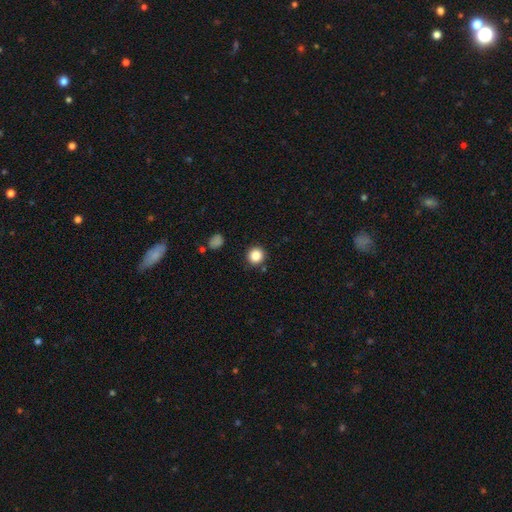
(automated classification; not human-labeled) Smooth or featured? Predicted: smooth (p=0.86). How rounded? Predicted: round (p=0.94). Merging? Predicted: none (p=0.89).